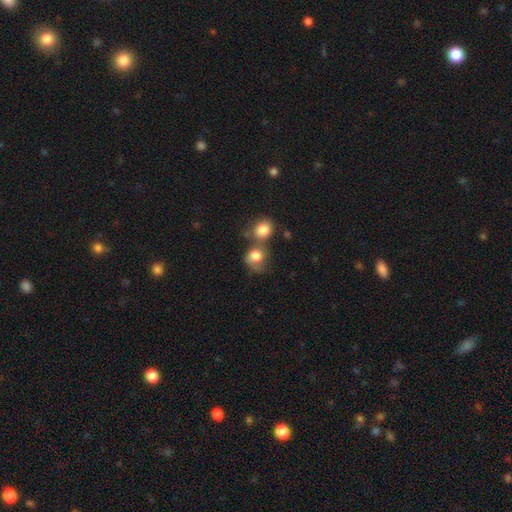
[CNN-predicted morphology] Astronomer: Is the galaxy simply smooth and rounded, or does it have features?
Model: smooth — 75%.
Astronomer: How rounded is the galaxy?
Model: round — 69%.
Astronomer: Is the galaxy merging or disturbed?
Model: merger — 45% (runner-up: none, 30%).